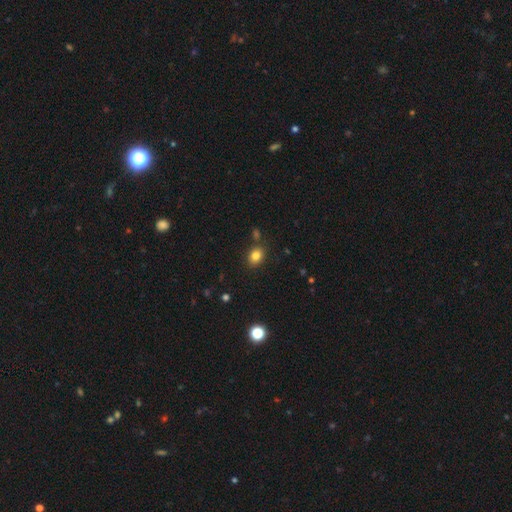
Smooth or featured: smooth — 87% (star or artifact — 10%)
How rounded: round — 53% (in between — 47%)
Merging: none — 60% (minor disturbance — 29%)